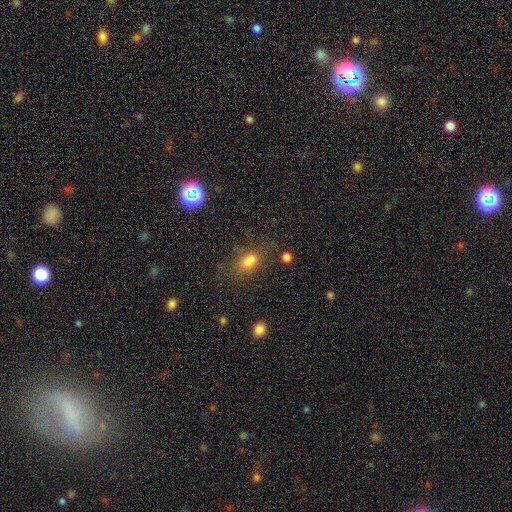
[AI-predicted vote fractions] Smooth or featured?
  - smooth: 61% *
  - star or artifact: 24%
  - featured or disk: 15%
How rounded?
  - in between: 70% *
  - round: 24%
  - cigar-shaped: 5%
Merging?
  - none: 73% *
  - minor disturbance: 16%
  - major disturbance: 8%
  - merger: 3%